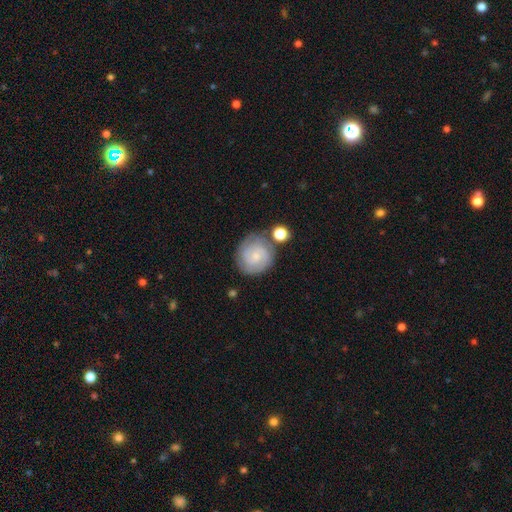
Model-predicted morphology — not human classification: Smooth or featured: featured or disk — 72% (smooth — 21%)
Edge-on disk: no — 98% (yes — 2%)
Bar: no — 63% (weak — 32%)
Spiral arms: yes — 95% (no — 5%)
Spiral winding: tight — 67% (medium — 27%)
Spiral arm count: 2 — 62% (can't tell — 16%)
Bulge size: small — 69% (moderate — 22%)
Merging: none — 72% (minor disturbance — 15%)